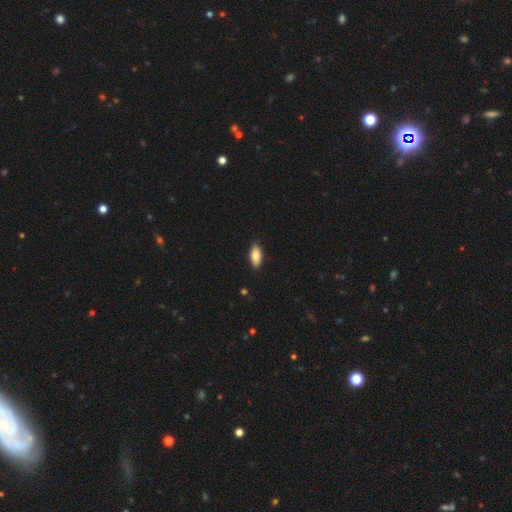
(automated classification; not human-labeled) This appears to be a smooth galaxy with no disk features (84%) that is in between round and cigar-shaped (85%). Merging: none (89%).